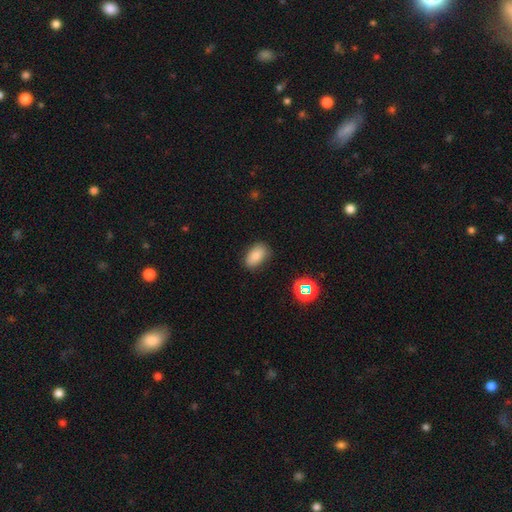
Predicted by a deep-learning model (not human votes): Smooth or featured? smooth (83%)
How rounded? in between (90%)
Merging? none (81%)